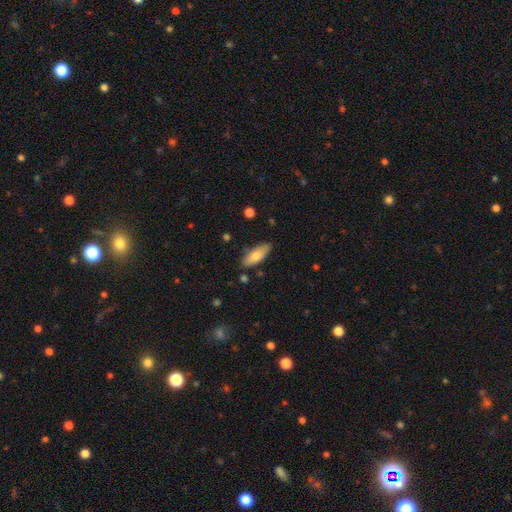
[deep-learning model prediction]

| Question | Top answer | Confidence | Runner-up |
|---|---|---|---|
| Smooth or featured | smooth | 73% | featured or disk (21%) |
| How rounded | in between | 72% | cigar-shaped (25%) |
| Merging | none | 81% | minor disturbance (14%) |